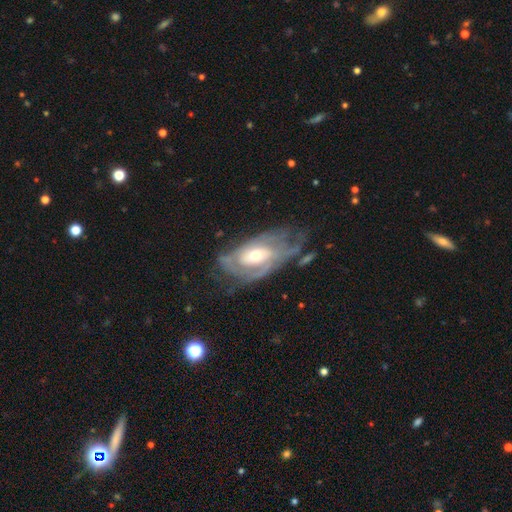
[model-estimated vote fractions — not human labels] This is clearly a featured or disk galaxy (81%). It is clearly not viewed edge-on (94%). Bar: possibly no (56%). Spiral arm pattern: clearly yes (87%). Spiral arm count: marginally can't tell (41%). Spiral winding: possibly tight (53%). Central bulge: likely moderate (63%). Merging: possibly none (47%).